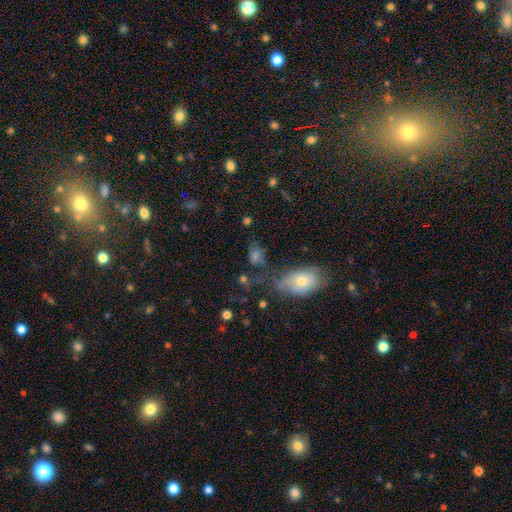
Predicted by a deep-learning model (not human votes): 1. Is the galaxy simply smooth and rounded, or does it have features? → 64% smooth, 18% star or artifact, 17% featured or disk.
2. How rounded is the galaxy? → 77% in between, 19% round, 4% cigar-shaped.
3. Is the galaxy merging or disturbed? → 51% none, 21% minor disturbance, 15% major disturbance, 14% merger.